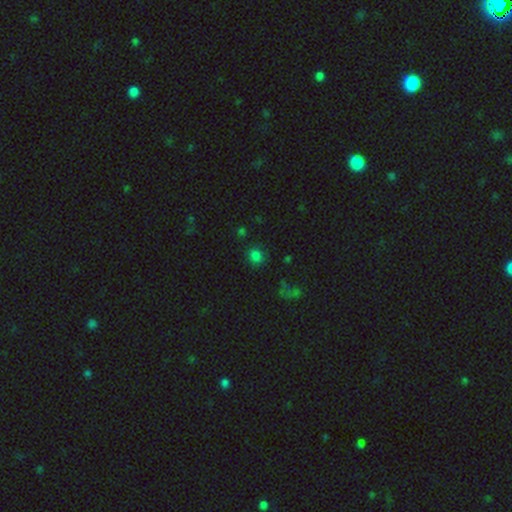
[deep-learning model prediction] Overall: smooth (76%). How rounded: round (76%). Merging: none (81%).